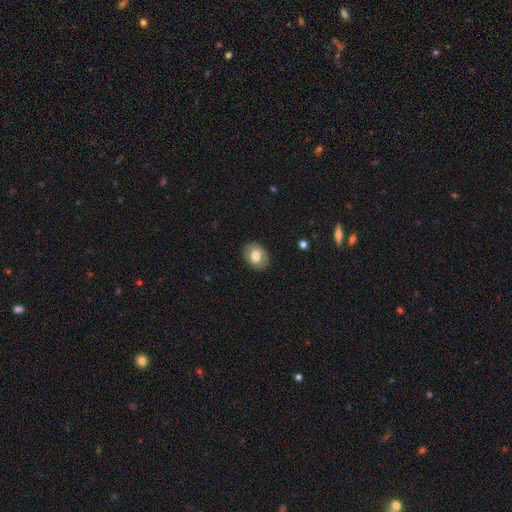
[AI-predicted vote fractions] Smooth or featured? smooth (71%)
How rounded? in between (62%)
Merging? none (87%)